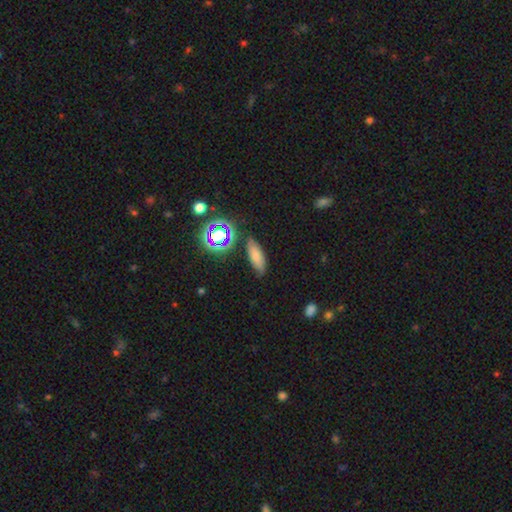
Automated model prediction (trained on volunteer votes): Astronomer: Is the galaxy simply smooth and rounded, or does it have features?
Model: smooth — 70%.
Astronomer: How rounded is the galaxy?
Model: in between — 69%.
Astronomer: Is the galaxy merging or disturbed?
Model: none — 81%.